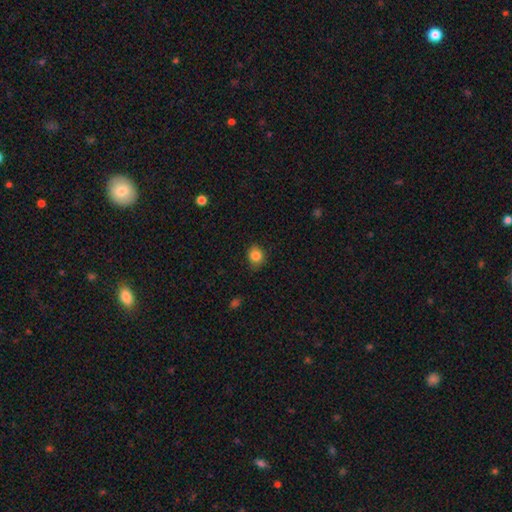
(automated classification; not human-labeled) smooth 85%, star or artifact 10%, featured or disk 5%. Down the decision tree: how rounded — round (71%); merging — none (81%).